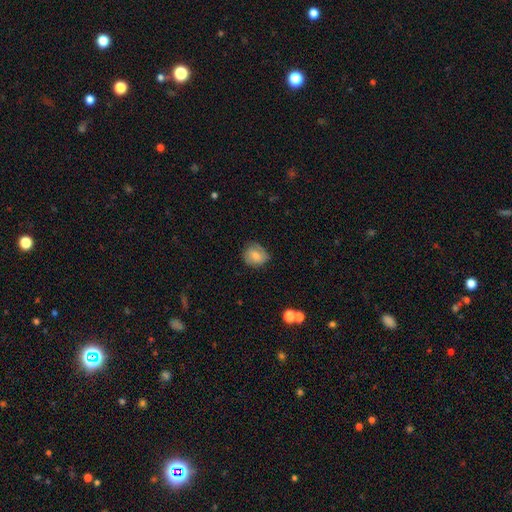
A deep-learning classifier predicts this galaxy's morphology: This is likely a smooth galaxy (67%). How rounded: likely round (70%). Merging: likely none (69%).